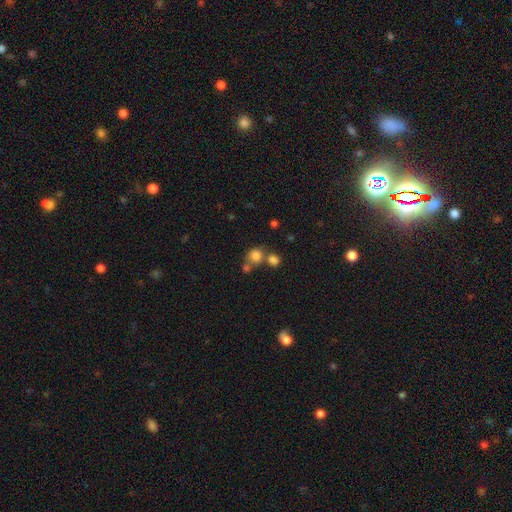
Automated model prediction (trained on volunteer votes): A smooth galaxy with no disk features (80%) that is round (81%). Merging: none (50%).